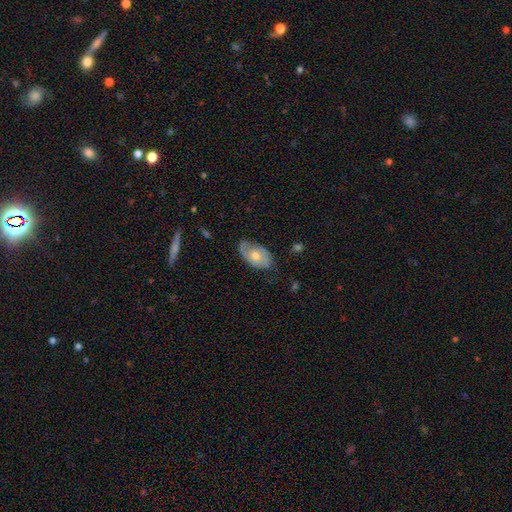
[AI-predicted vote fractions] smooth-or-featured: featured or disk: 57% | smooth: 35% | star or artifact: 7%
  disk-edge-on: no: 90% | yes: 10%
    bar: no: 81% | weak: 16% | strong: 3%
    has-spiral-arms: yes: 71% | no: 29%
    bulge-size: moderate: 65% | small: 29% | large: 3% | none: 1% | dominant: 1%
  merging: none: 68% | minor disturbance: 25% | major disturbance: 6% | merger: 1%